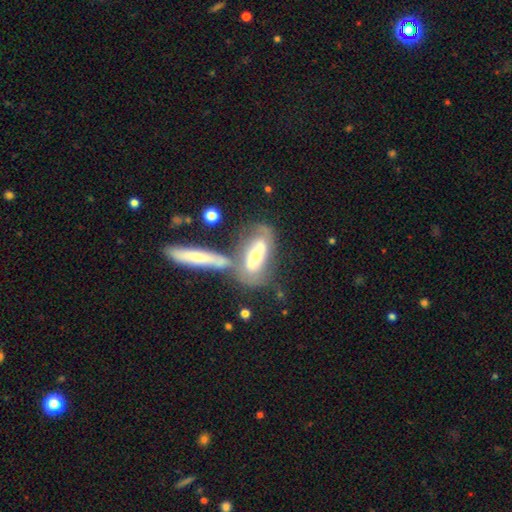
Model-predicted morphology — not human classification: Smooth or featured? featured or disk (54%)
Edge-on disk? no (78%)
Merging? merger (46%)